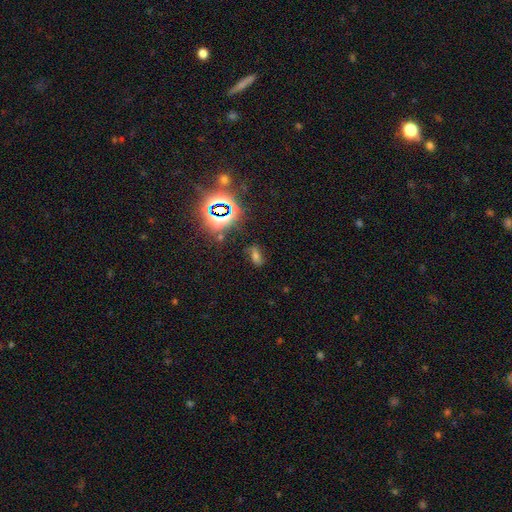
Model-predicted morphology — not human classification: smooth-or-featured: smooth: 40% | star or artifact: 38% | featured or disk: 22%
  merging: none: 68% | minor disturbance: 19% | major disturbance: 9% | merger: 4%